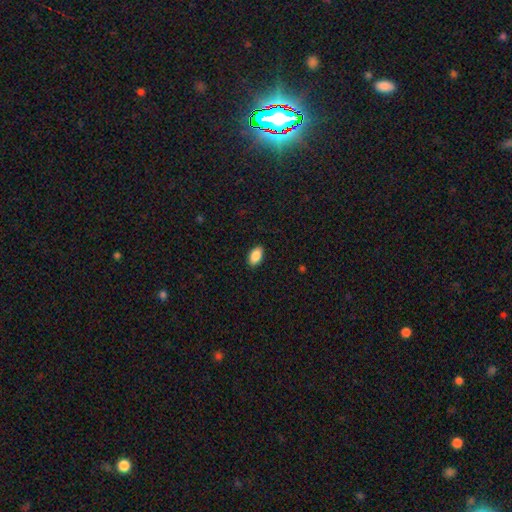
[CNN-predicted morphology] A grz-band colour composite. It shows a smooth galaxy with no disk features (89%) that is in between round and cigar-shaped (94%). Merging: none (89%).